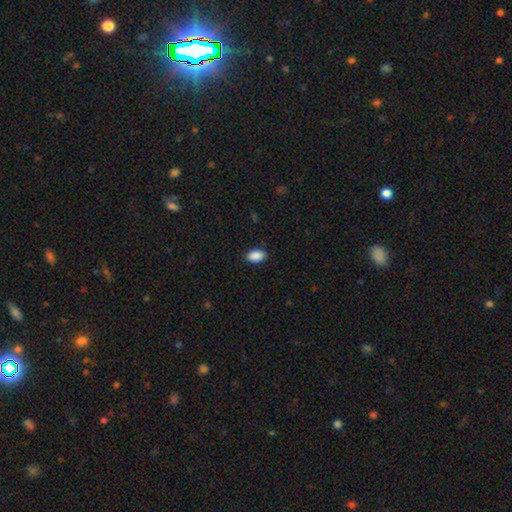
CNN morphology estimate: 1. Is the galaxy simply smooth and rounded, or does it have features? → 90% smooth, 7% star or artifact, 3% featured or disk.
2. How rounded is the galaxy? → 91% in between, 8% round, 1% cigar-shaped.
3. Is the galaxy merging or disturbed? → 88% none, 9% minor disturbance, 2% major disturbance, 1% merger.